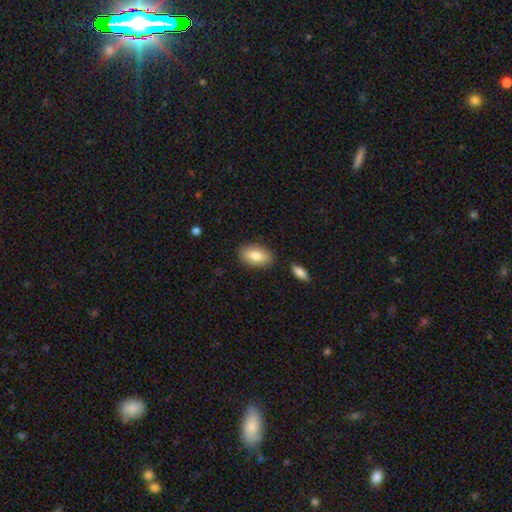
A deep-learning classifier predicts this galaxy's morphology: Smooth or featured?
  - smooth: 82% *
  - featured or disk: 12%
  - star or artifact: 6%
How rounded?
  - in between: 92% *
  - cigar-shaped: 4%
  - round: 4%
Merging?
  - none: 84% *
  - minor disturbance: 10%
  - merger: 3%
  - major disturbance: 2%